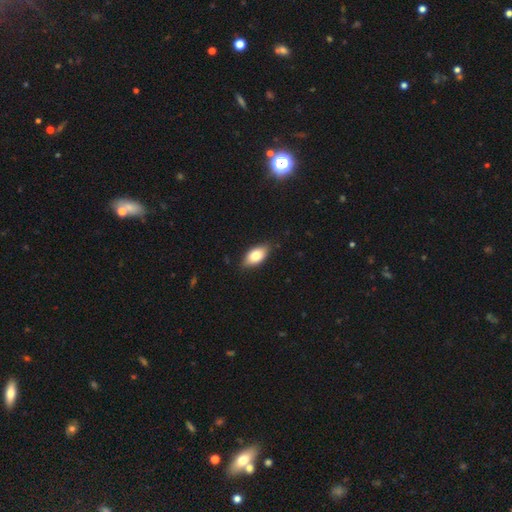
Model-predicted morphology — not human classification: The model was most divided on "smooth or featured": smooth: 80%, featured or disk: 13%, star or artifact: 7%. More confident: how rounded — in between (91%); merging — none (84%).